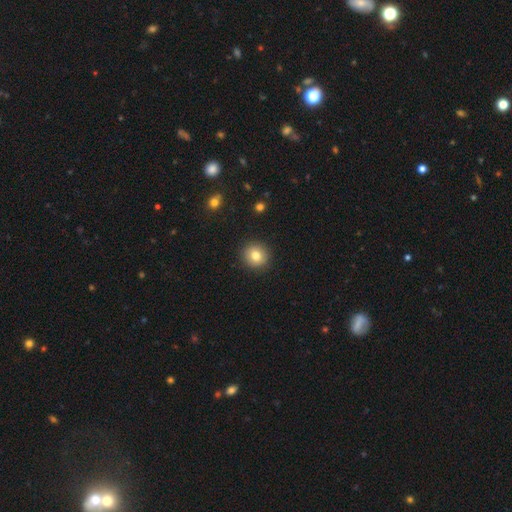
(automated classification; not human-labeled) Smooth or featured: smooth — 81% (star or artifact — 10%)
How rounded: round — 92% (in between — 7%)
Merging: none — 92% (minor disturbance — 6%)